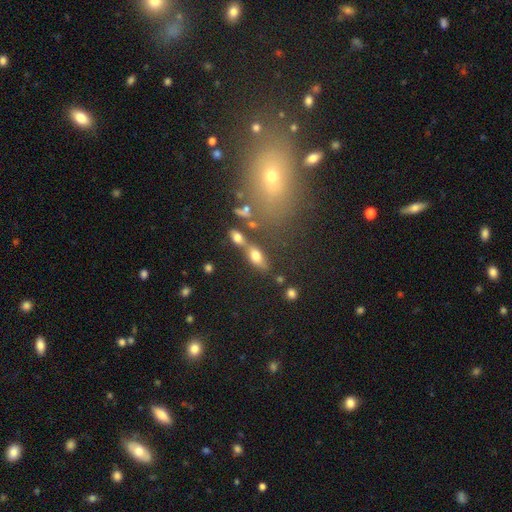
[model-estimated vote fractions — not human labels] Smooth or featured?
  - smooth: 63% *
  - featured or disk: 24%
  - star or artifact: 13%
How rounded?
  - in between: 74% *
  - cigar-shaped: 16%
  - round: 10%
Merging?
  - none: 46% *
  - merger: 30%
  - minor disturbance: 15%
  - major disturbance: 9%